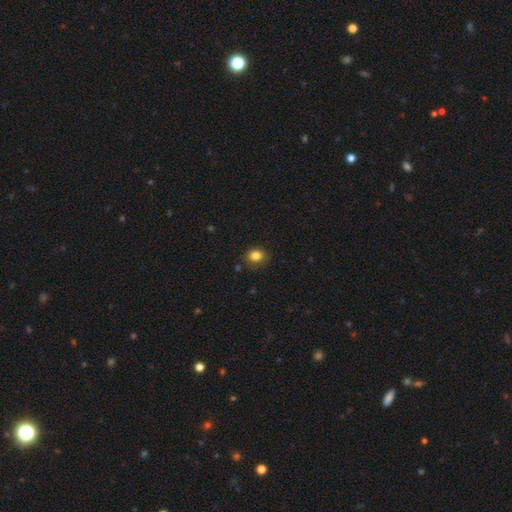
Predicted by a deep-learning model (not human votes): Smooth or featured? smooth (83%)
How rounded? round (63%)
Merging? none (84%)